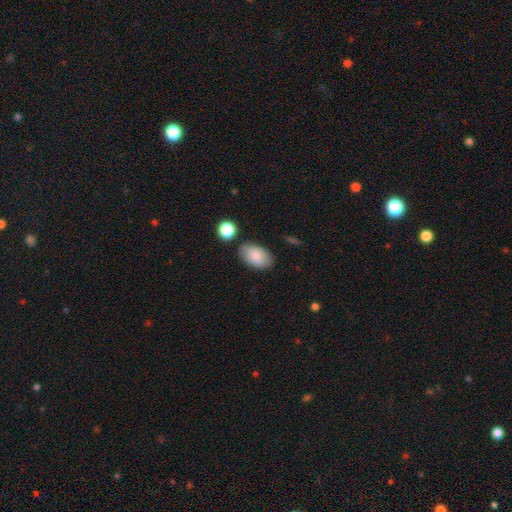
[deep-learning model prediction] Smooth or featured? Predicted: smooth (p=0.86). How rounded? Predicted: in between (p=0.93). Merging? Predicted: none (p=0.80).